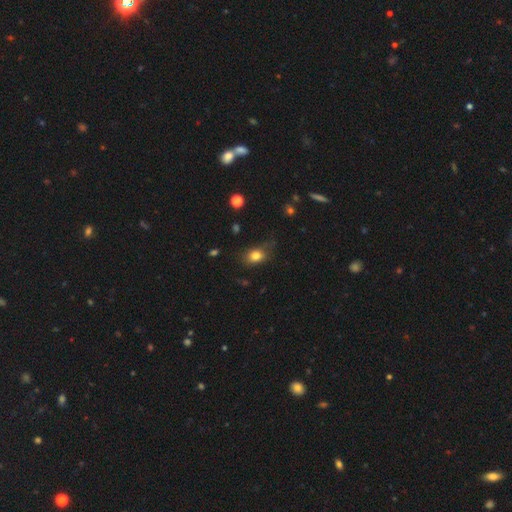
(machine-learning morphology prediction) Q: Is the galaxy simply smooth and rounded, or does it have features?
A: smooth — 80%.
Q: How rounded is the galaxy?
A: in between — 68%.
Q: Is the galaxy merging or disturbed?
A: none — 62%.